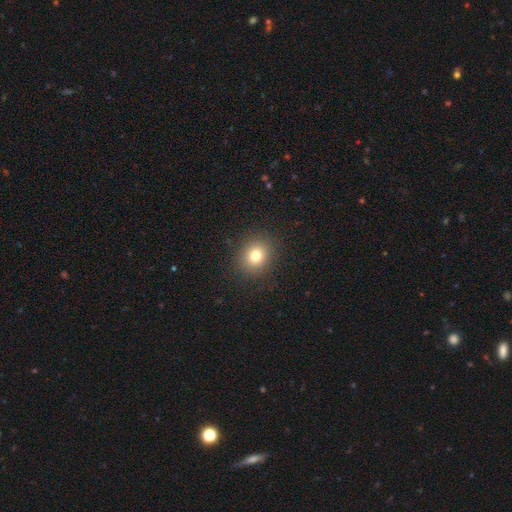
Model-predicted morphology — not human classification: Smooth or featured: smooth — 78% (star or artifact — 13%)
How rounded: round — 77% (in between — 22%)
Merging: none — 89% (minor disturbance — 7%)